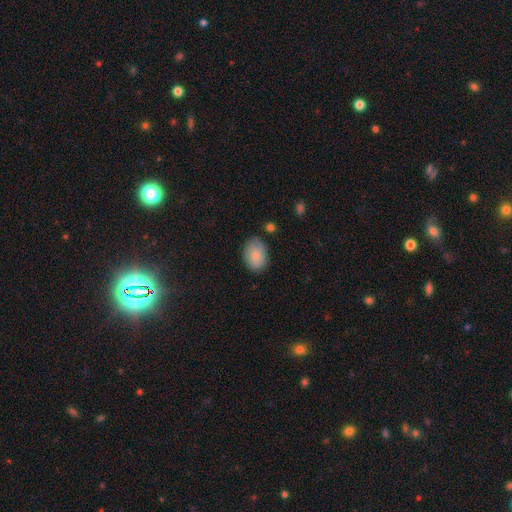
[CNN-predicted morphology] Overall: smooth (84%). How rounded: in between (77%). Merging: none (75%).